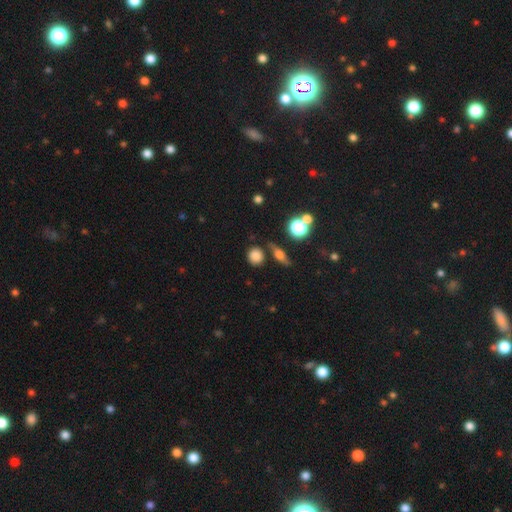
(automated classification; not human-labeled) smooth 78%, star or artifact 13%, featured or disk 9%. Down the decision tree: how rounded — round (83%); merging — none (77%).